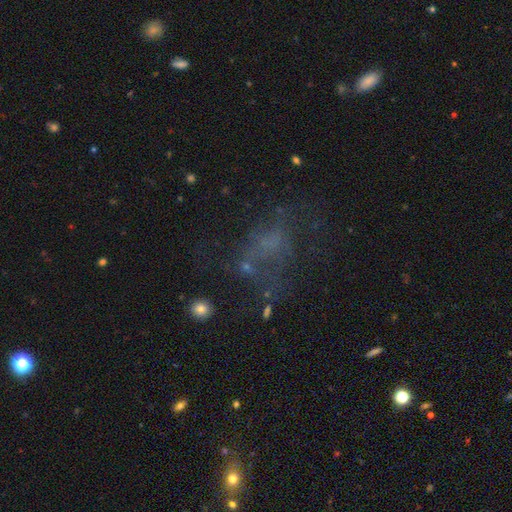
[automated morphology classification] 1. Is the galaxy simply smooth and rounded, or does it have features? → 35% featured or disk, 33% smooth, 32% star or artifact.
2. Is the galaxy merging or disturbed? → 43% none, 32% major disturbance, 17% minor disturbance, 8% merger.